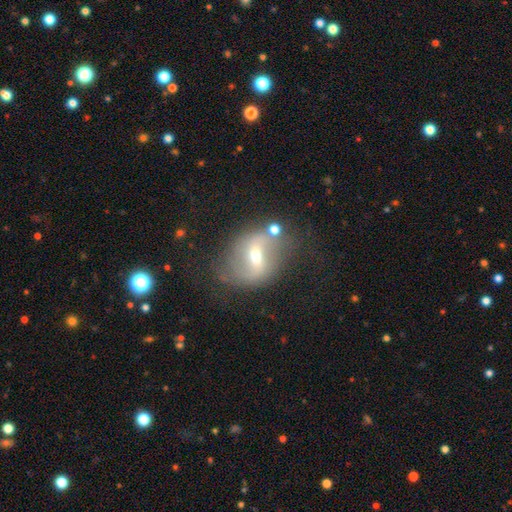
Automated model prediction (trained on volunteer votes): A featured or disk galaxy (64%) with a weak bar (48%), spiral arms (68%) and a moderate central bulge (63%). Merging: none (57%).